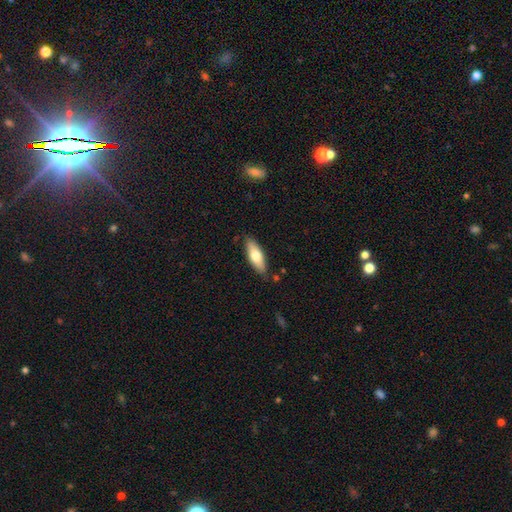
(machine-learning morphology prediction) Smooth or featured? Predicted: smooth (p=0.67). How rounded? Predicted: in between (p=0.62). Merging? Predicted: none (p=0.84).